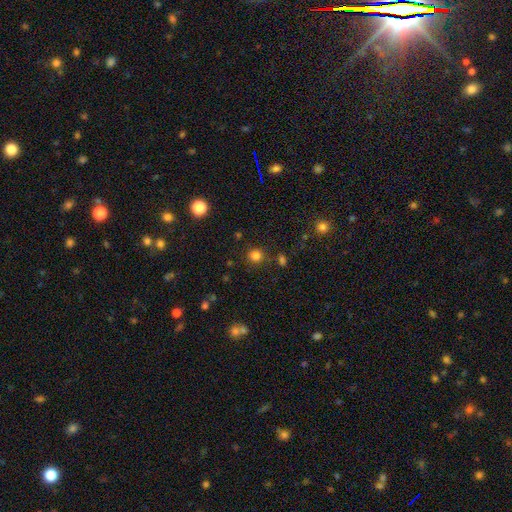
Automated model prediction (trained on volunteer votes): smooth 80%, star or artifact 15%, featured or disk 5%. Down the decision tree: how rounded — round (92%); merging — none (85%).